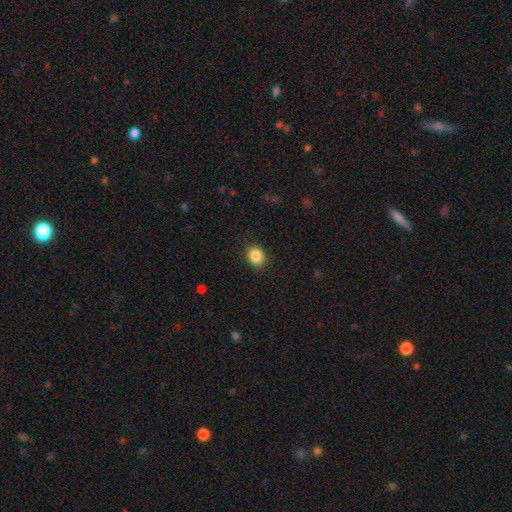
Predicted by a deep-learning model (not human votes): smooth 87%, star or artifact 9%, featured or disk 4%. Down the decision tree: how rounded — in between (51%); merging — none (87%).